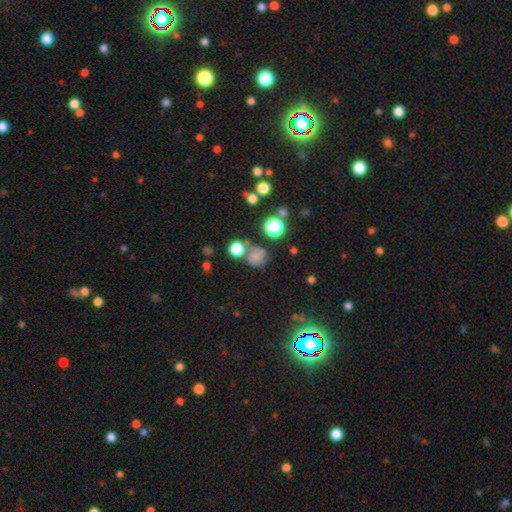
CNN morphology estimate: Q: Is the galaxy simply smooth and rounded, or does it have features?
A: smooth — 63%.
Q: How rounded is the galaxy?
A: round — 81%.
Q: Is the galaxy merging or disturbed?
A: none — 56%.